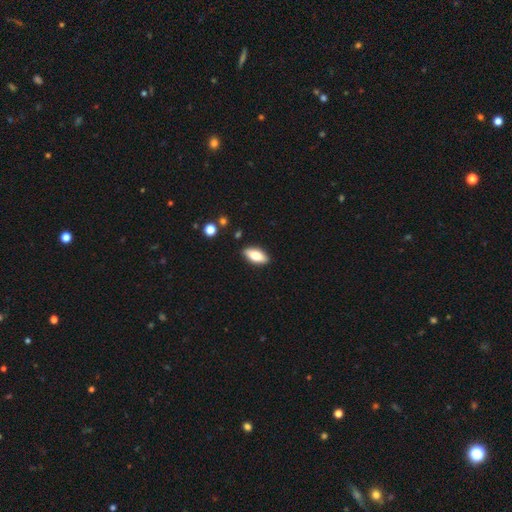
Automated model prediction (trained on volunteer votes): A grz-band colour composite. It shows a smooth galaxy with no disk features (75%) that is in between round and cigar-shaped (85%). Merging: none (87%).